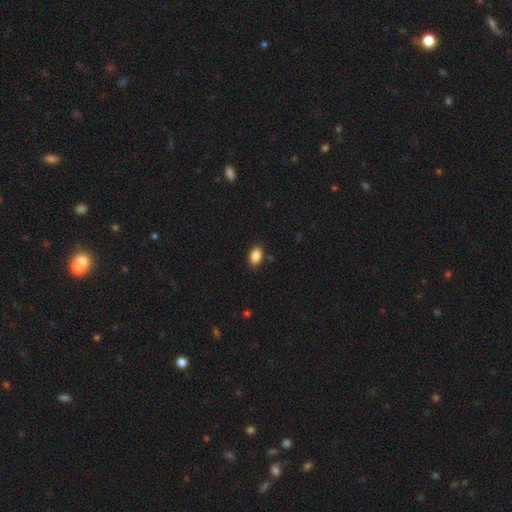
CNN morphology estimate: This appears to be a smooth galaxy with no disk features (88%) that is in between round and cigar-shaped (90%). Merging: none (85%).